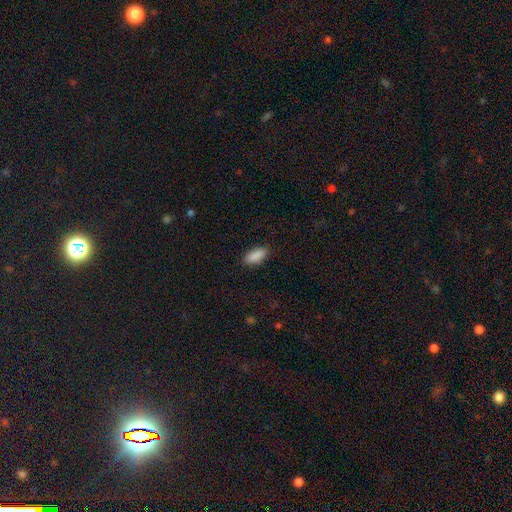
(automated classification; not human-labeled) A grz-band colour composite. It shows a smooth galaxy with no disk features (89%) that is in between round and cigar-shaped (83%). Merging: none (85%).